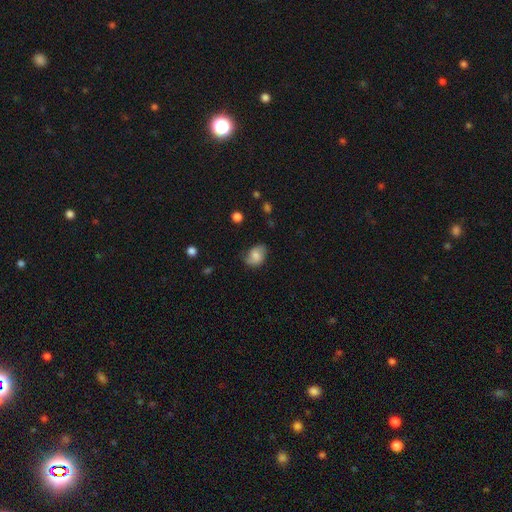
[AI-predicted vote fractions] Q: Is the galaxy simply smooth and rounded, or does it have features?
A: smooth — 61%.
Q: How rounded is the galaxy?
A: in between — 66%.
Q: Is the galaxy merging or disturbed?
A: none — 60%.